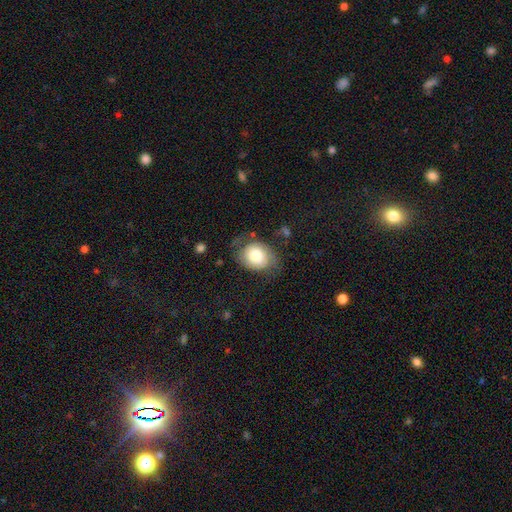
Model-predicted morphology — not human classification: Smooth or featured? Predicted: smooth (p=0.65). How rounded? Predicted: round (p=0.53). Merging? Predicted: none (p=0.57).